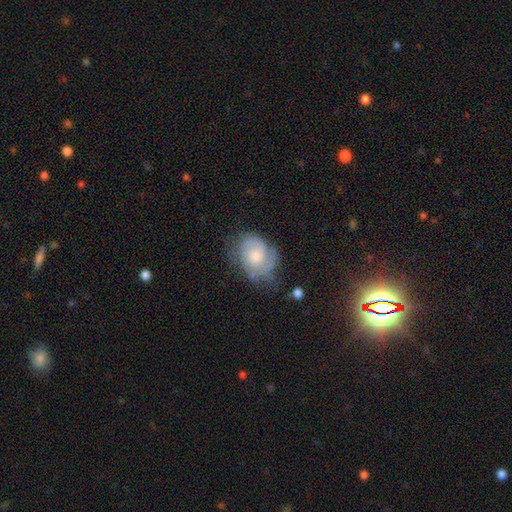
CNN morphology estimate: smooth_or_featured: featured or disk (p=0.66) [alt: smooth p=0.27]
disk_edge_on: no (p=0.98) [alt: yes p=0.02]
bar: no (p=0.76) [alt: weak p=0.21]
has_spiral_arms: yes (p=0.87) [alt: no p=0.13]
spiral_winding: tight (p=0.55) [alt: medium p=0.34]
spiral_arm_count: 2 (p=0.40) [alt: can't tell p=0.32]
bulge_size: moderate (p=0.44) [alt: small p=0.42]
merging: none (p=0.55) [alt: minor disturbance p=0.28]